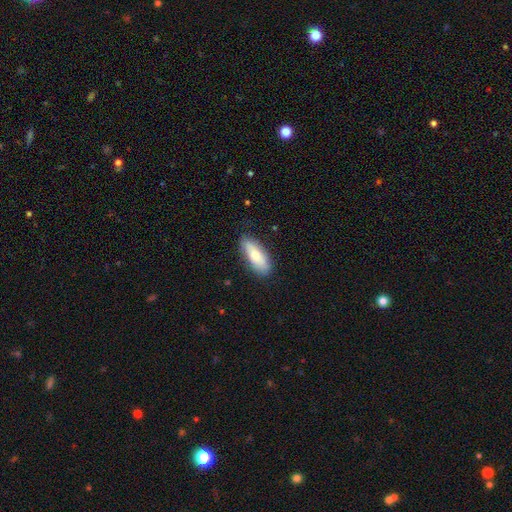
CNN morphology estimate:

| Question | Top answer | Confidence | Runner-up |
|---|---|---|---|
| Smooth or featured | smooth | 76% | featured or disk (18%) |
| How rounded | in between | 71% | cigar-shaped (27%) |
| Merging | none | 83% | minor disturbance (13%) |